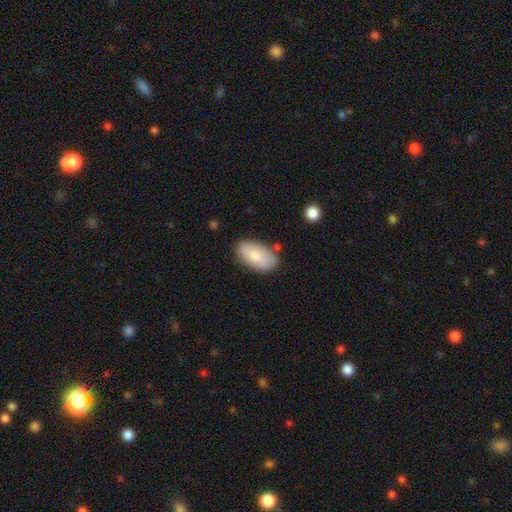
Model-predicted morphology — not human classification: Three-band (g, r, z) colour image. It shows a smooth galaxy with no disk features (77%) that is in between round and cigar-shaped (95%). Merging: none (77%).